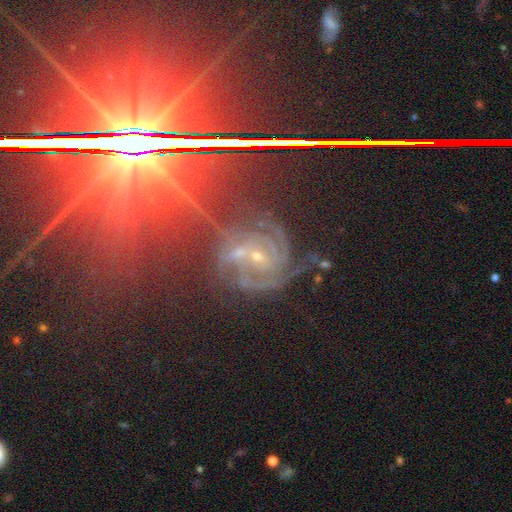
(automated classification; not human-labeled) A featured or disk galaxy (68%) with no bar (57%), 3 (29%) tight (60%) spiral arms (97%) and a small central bulge (73%). Merging: none (60%).